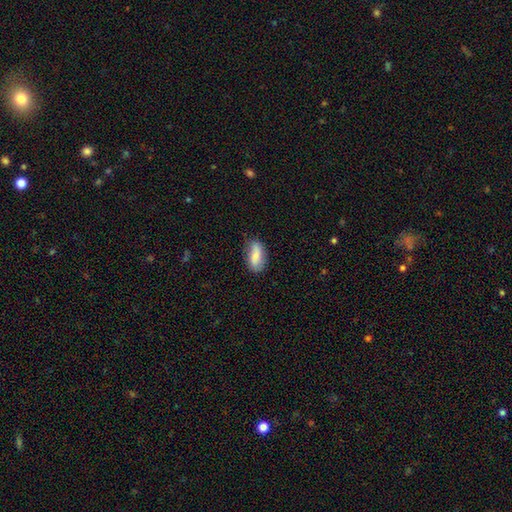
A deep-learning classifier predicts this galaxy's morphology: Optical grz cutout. It shows a smooth galaxy with no disk features (78%) that is in between round and cigar-shaped (88%). Merging: none (75%).